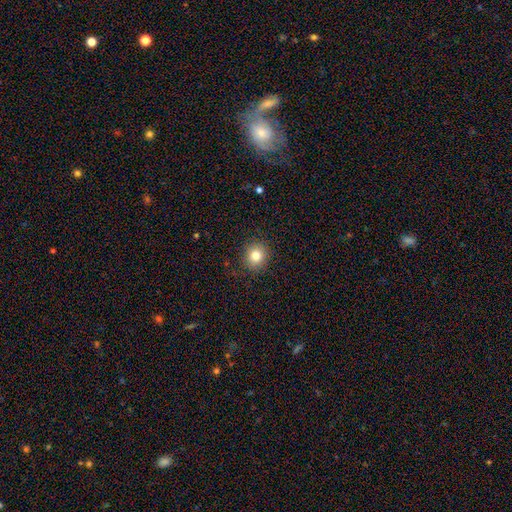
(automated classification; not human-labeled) Smooth or featured? smooth (81%)
How rounded? round (85%)
Merging? none (90%)